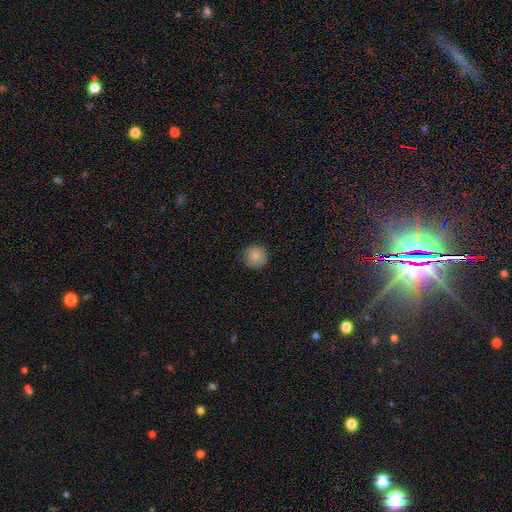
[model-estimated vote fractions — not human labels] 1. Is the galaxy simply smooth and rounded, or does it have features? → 84% smooth, 9% star or artifact, 7% featured or disk.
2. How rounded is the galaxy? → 94% round, 5% in between, 1% cigar-shaped.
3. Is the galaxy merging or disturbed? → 86% none, 11% minor disturbance, 2% major disturbance, 1% merger.